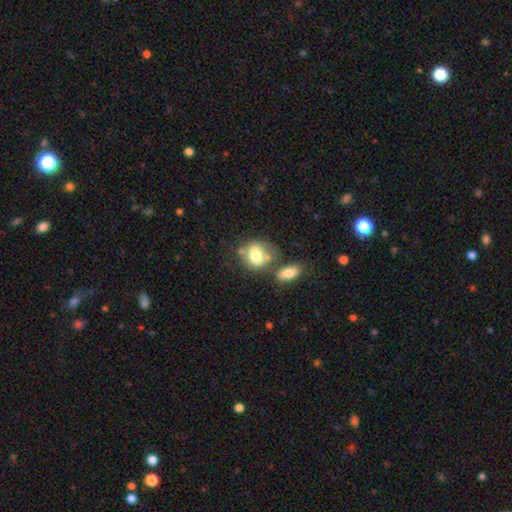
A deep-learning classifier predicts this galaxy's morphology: Smooth or featured? Predicted: smooth (p=0.74). How rounded? Predicted: in between (p=0.52). Merging? Predicted: none (p=0.45).